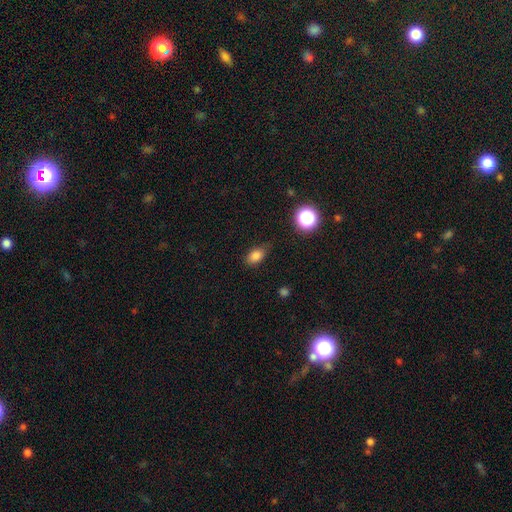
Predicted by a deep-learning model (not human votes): Smooth or featured? smooth (82%)
How rounded? in between (81%)
Merging? none (74%)